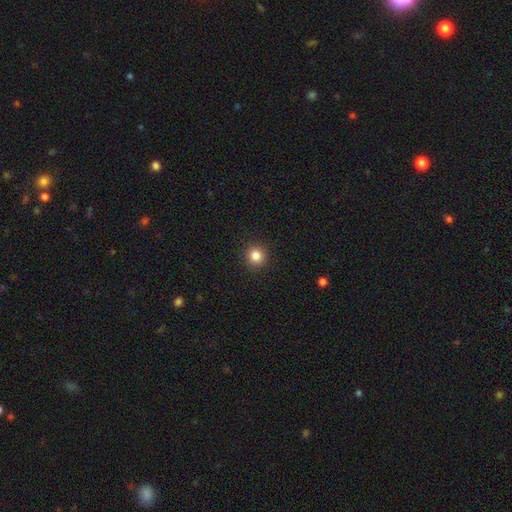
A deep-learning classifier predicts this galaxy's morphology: A smooth galaxy with no disk features (84%) that is round (93%). Merging: none (92%).